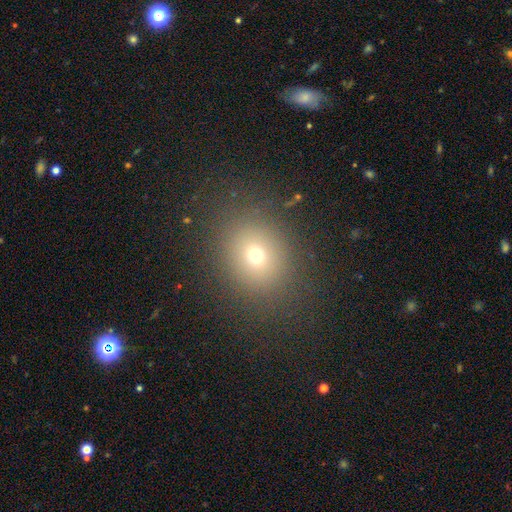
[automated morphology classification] Smooth or featured? smooth (68%)
How rounded? round (69%)
Merging? none (85%)